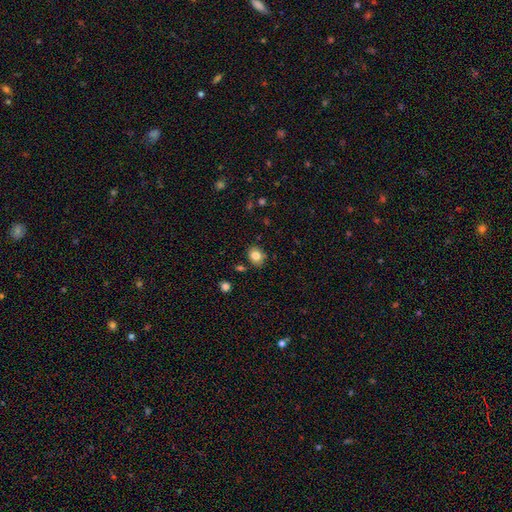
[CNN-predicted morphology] A smooth galaxy with no disk features (82%) that is round (57%).

Vote fractions:
- Smooth or featured? smooth: 82% / star or artifact: 10% / featured or disk: 8%
- How rounded? round: 57% / in between: 42% / cigar-shaped: 1%
- Merging? none: 80% / minor disturbance: 13% / merger: 4% / major disturbance: 3%